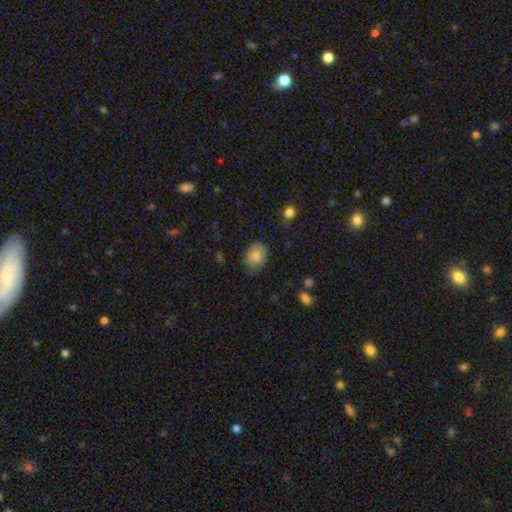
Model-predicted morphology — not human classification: A smooth galaxy with no disk features (84%) that is in between round and cigar-shaped (51%). Merging: none (76%).